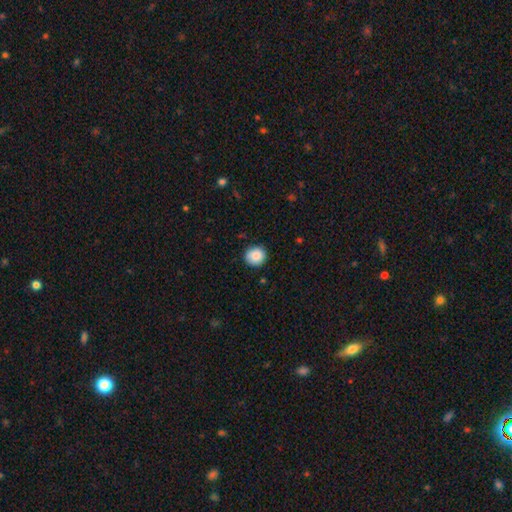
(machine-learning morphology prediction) This appears to be a smooth galaxy with no disk features (88%) that is round (89%). Merging: none (88%).